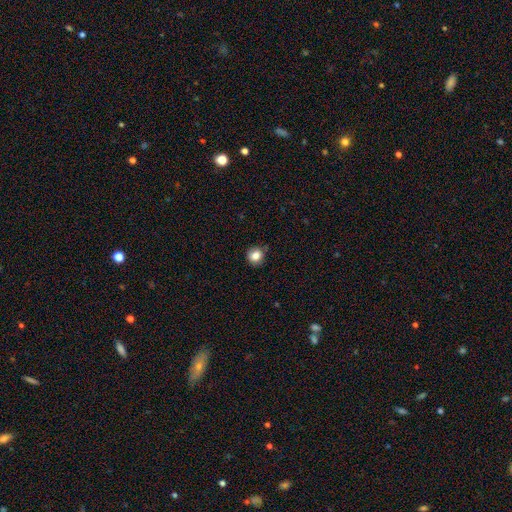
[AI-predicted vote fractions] This appears to be a smooth galaxy with no disk features (83%) that is round (90%). Merging: none (84%).